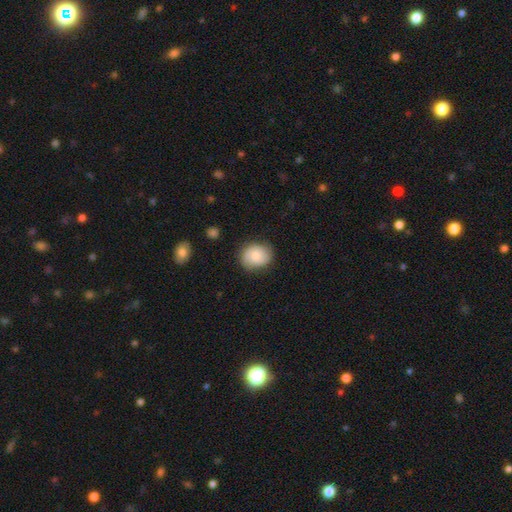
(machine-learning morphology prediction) smooth-or-featured: smooth: 71% | featured or disk: 22% | star or artifact: 7%
  how-rounded: round: 63% | in between: 36% | cigar-shaped: 1%
  merging: none: 79% | minor disturbance: 16% | major disturbance: 4% | merger: 1%